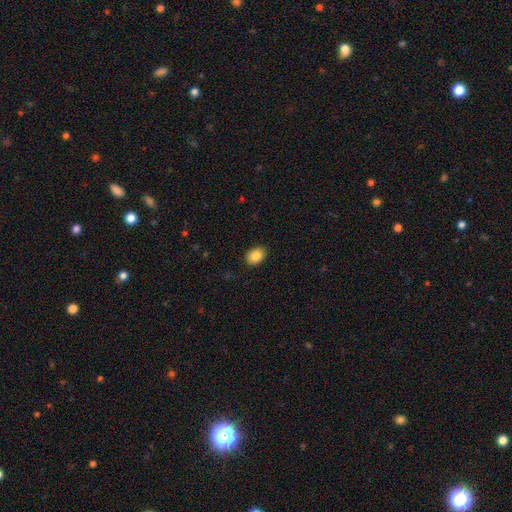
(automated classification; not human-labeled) A smooth galaxy with no disk features (87%) that is in between round and cigar-shaped (69%). Merging: none (88%).